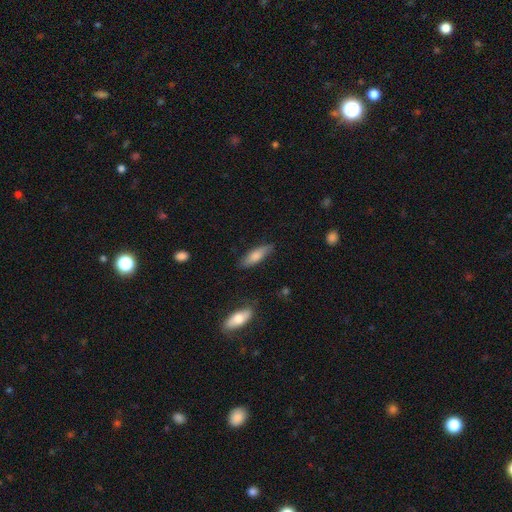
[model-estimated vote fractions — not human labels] Morphology: type=smooth (76%); roundness=in between (50%); merging=none (79%).